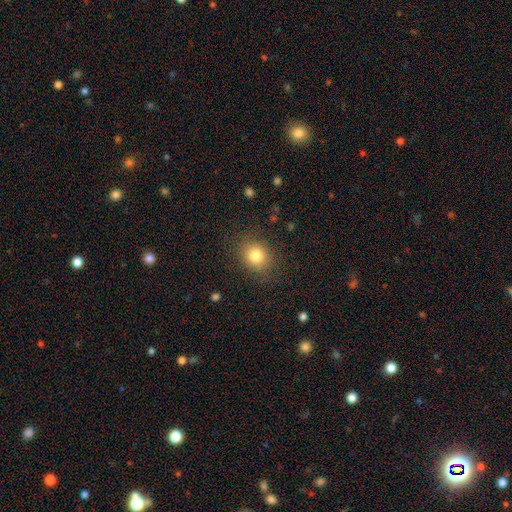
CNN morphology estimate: smooth_or_featured: smooth (p=0.82) [alt: star or artifact p=0.11]
how_rounded: round (p=0.69) [alt: in between p=0.30]
merging: none (p=0.84) [alt: minor disturbance p=0.11]